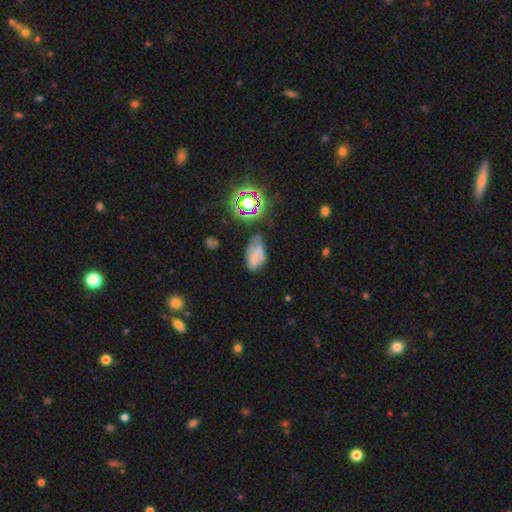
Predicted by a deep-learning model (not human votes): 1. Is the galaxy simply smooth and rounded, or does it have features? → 50% smooth, 30% featured or disk, 20% star or artifact.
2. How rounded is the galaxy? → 89% in between, 7% round, 4% cigar-shaped.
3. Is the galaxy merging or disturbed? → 41% none, 29% minor disturbance, 20% major disturbance, 10% merger.